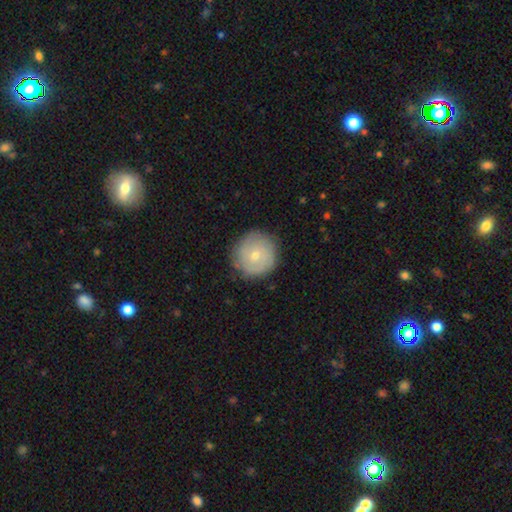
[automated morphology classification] Smooth or featured? smooth (55%)
How rounded? round (94%)
Merging? none (83%)